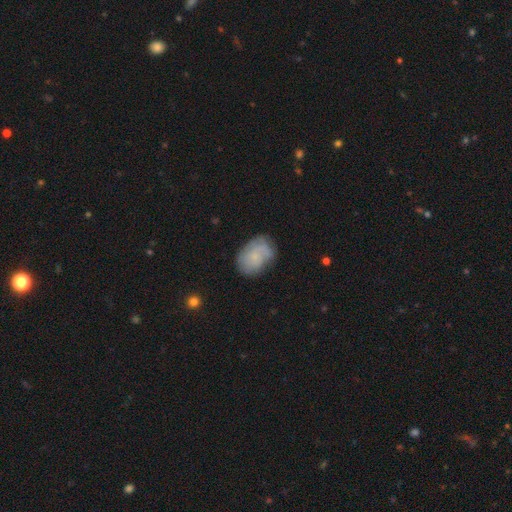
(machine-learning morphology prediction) smooth_or_featured: smooth (p=0.54) [alt: featured or disk p=0.38]
how_rounded: in between (p=0.81) [alt: round p=0.18]
merging: none (p=0.60) [alt: minor disturbance p=0.27]